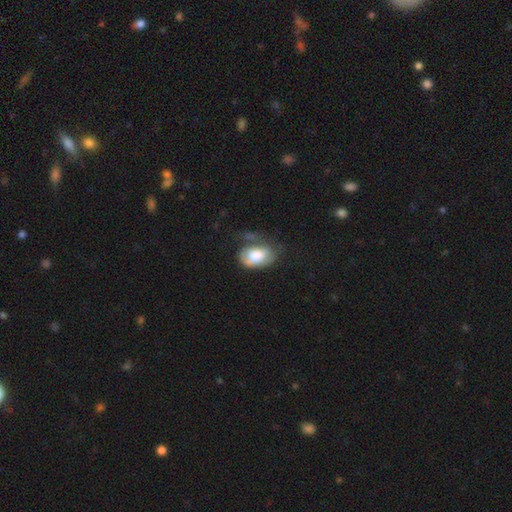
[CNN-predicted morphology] Smooth or featured? smooth (67%)
How rounded? in between (87%)
Merging? none (33%, tied with minor disturbance)